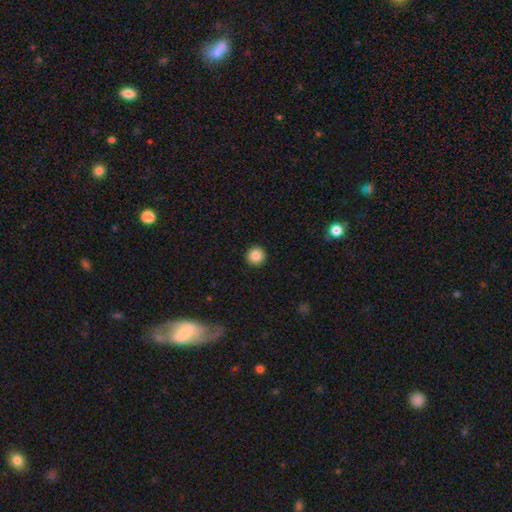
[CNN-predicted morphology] type=smooth (86%); roundness=round (95%); merging=none (93%).